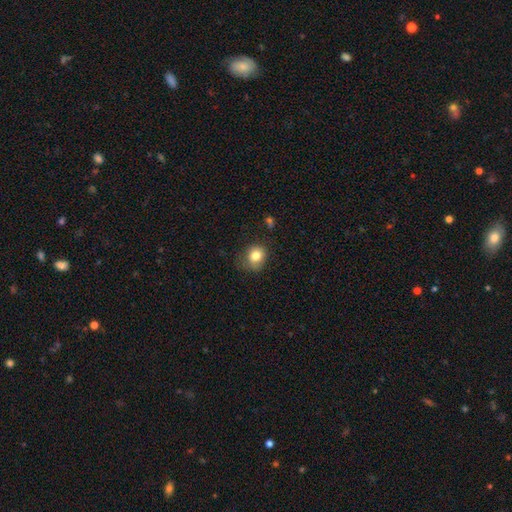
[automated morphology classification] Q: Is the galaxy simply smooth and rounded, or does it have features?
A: smooth — 80%.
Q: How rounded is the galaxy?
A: round — 72%.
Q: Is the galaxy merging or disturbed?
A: none — 60%.